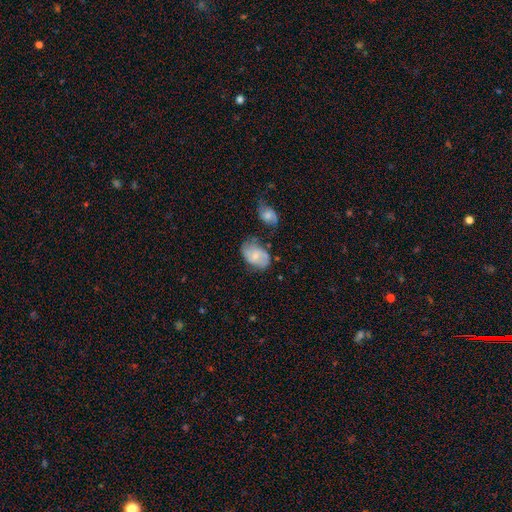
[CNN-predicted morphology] Q: Smooth or featured?
A: smooth (49%); runner-up: featured or disk (44%)
Q: Merging?
A: none (51%); runner-up: minor disturbance (27%)